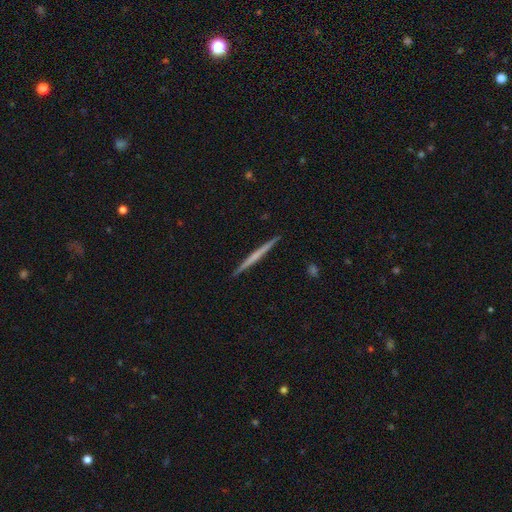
smooth_or_featured: featured or disk (p=0.81) [alt: smooth p=0.17]
disk_edge_on: yes (p=0.97) [alt: no p=0.03]
edge_on_bulge: none (p=0.82) [alt: rounded p=0.18]
merging: none (p=0.89) [alt: minor disturbance p=0.11]